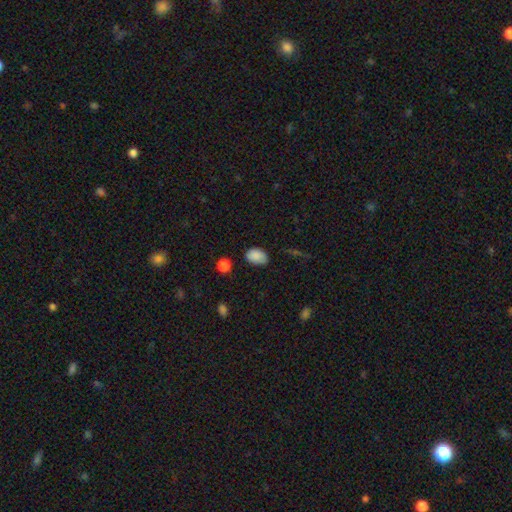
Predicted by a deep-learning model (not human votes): The model was most divided on "merging": none: 72%, minor disturbance: 21%, major disturbance: 4%, merger: 2%. More confident: smooth or featured — smooth (86%); how rounded — in between (83%).